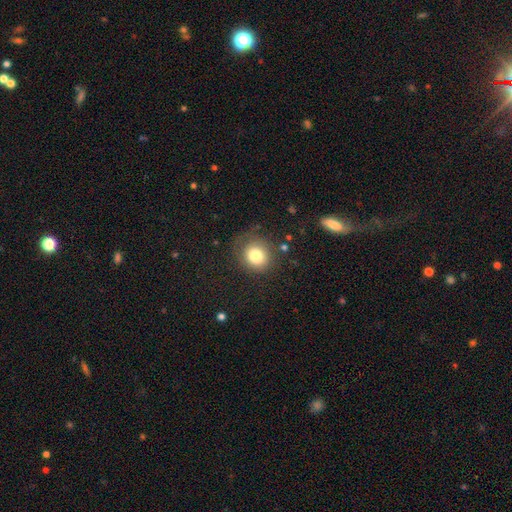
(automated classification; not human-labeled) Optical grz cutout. It shows a smooth galaxy with no disk features (79%) that is round (80%). Merging: none (72%).